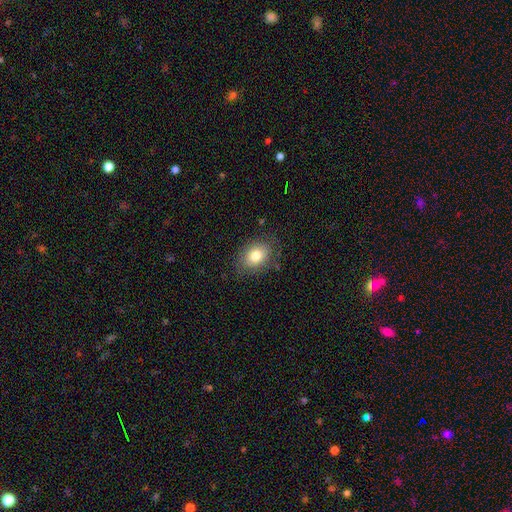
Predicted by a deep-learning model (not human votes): This appears to be a smooth galaxy with no disk features (77%) that is in between round and cigar-shaped (72%). Merging: none (80%).